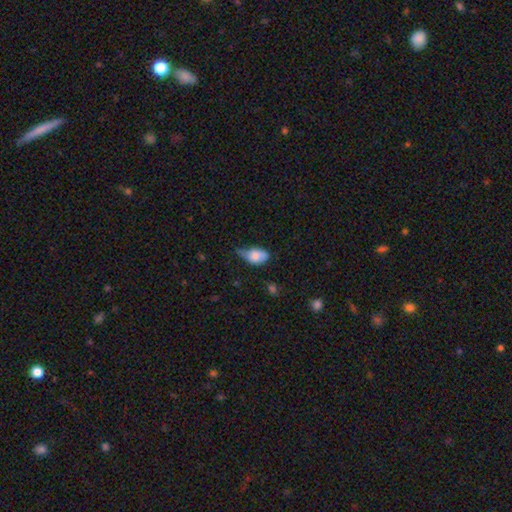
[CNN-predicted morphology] smooth 74%, featured or disk 19%, star or artifact 7%. Down the decision tree: how rounded — in between (86%); merging — minor disturbance (51%).